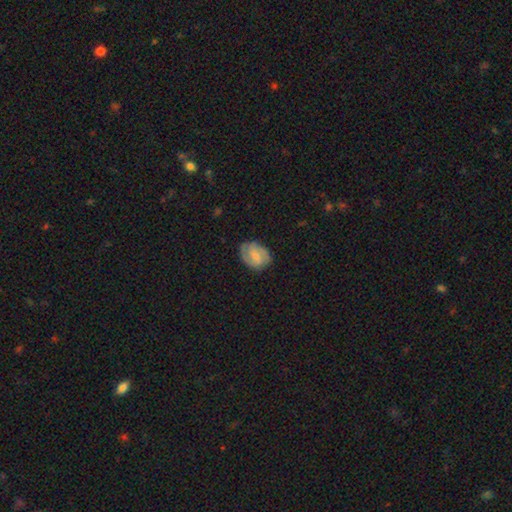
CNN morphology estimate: smooth-or-featured: featured or disk: 57% | smooth: 36% | star or artifact: 7%
  disk-edge-on: no: 97% | yes: 3%
    bar: weak: 52% | no: 32% | strong: 16%
    has-spiral-arms: yes: 88% | no: 12%
    bulge-size: small: 45% | none: 27% | moderate: 24% | large: 3% | dominant: 1%
  merging: none: 75% | minor disturbance: 18% | major disturbance: 5% | merger: 1%